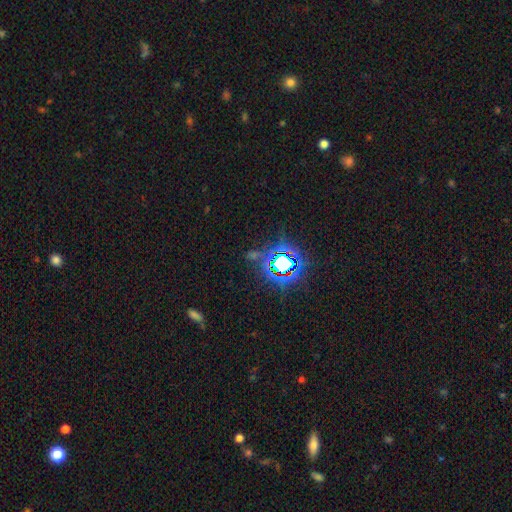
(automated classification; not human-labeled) smooth_or_featured: star or artifact (p=0.77) [alt: smooth p=0.14]